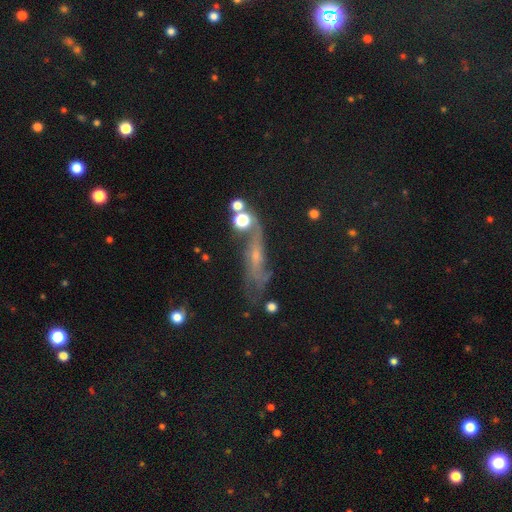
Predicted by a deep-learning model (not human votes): This appears to be a featured or disk galaxy (50%). Merging: none (51%).